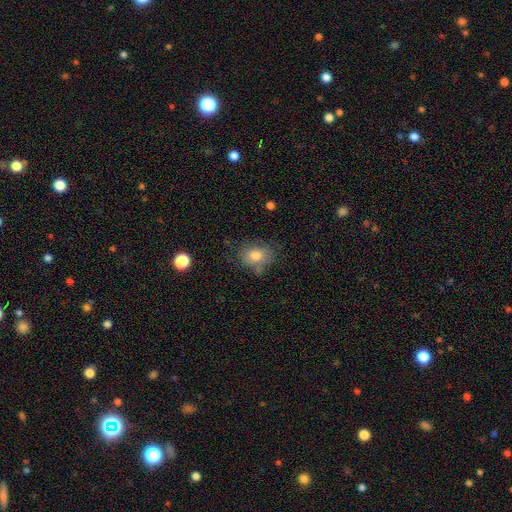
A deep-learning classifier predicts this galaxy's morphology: smooth 79%, featured or disk 12%, star or artifact 10%. Down the decision tree: how rounded — in between (57%); merging — none (68%).